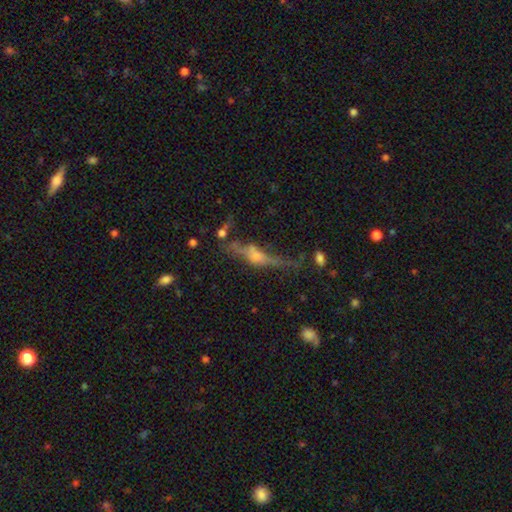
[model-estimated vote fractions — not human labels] smooth-or-featured: featured or disk: 68% | smooth: 16% | star or artifact: 16%
  disk-edge-on: yes: 84% | no: 16%
    edge-on-bulge: rounded: 86% | boxy: 7% | none: 6%
  merging: none: 56% | minor disturbance: 20% | major disturbance: 15% | merger: 9%